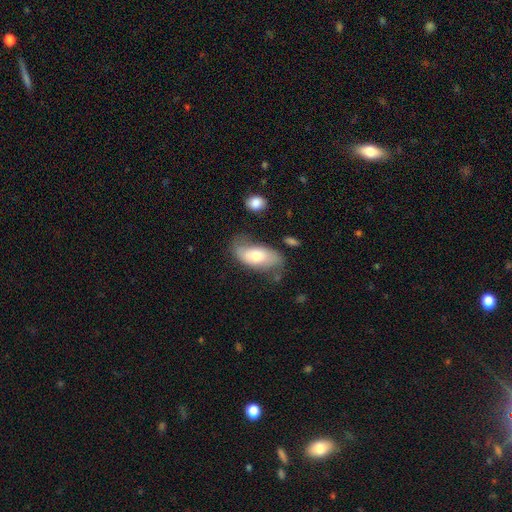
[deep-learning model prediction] Smooth or featured? smooth (61%)
How rounded? in between (89%)
Merging? none (57%)